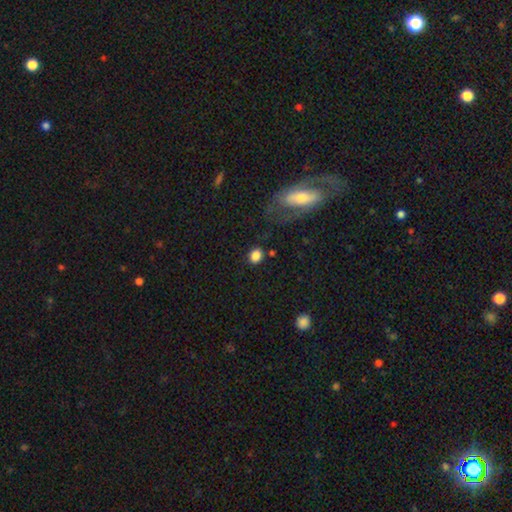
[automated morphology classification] type=smooth (85%); roundness=round (50%); merging=none (81%).